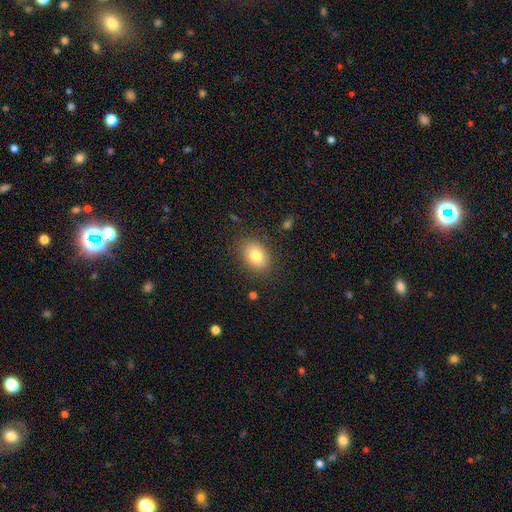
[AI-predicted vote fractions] smooth 80%, featured or disk 12%, star or artifact 9%. Down the decision tree: how rounded — in between (73%); merging — none (85%).